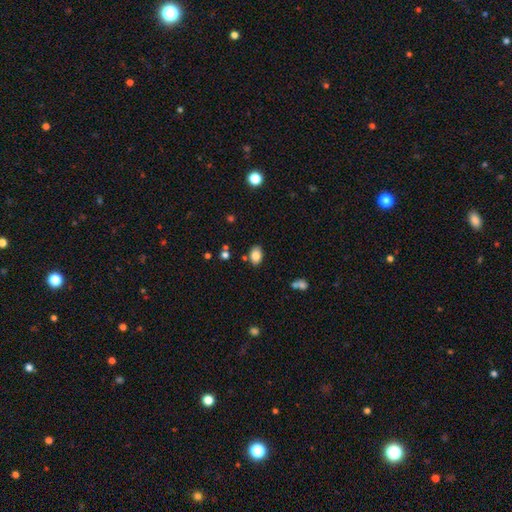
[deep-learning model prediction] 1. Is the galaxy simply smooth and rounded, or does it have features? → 84% smooth, 9% star or artifact, 7% featured or disk.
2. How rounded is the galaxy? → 85% in between, 14% round, 1% cigar-shaped.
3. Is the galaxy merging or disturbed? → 80% none, 12% minor disturbance, 4% merger, 3% major disturbance.